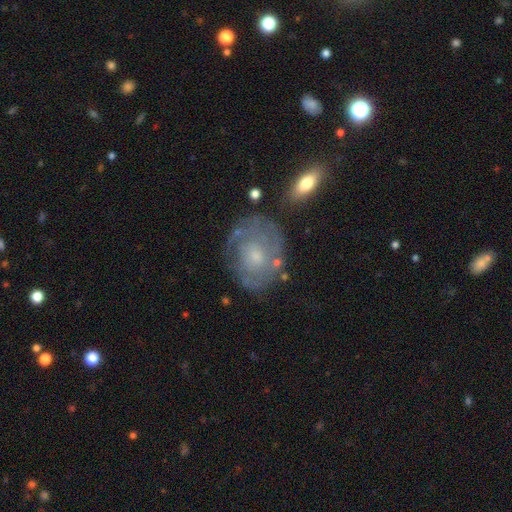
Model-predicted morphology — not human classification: featured or disk 68%, smooth 24%, star or artifact 8%. Down the decision tree: edge-on disk — no (96%); bar — no (80%); spiral arms — yes (73%); bulge size — small (60%); merging — none (65%).